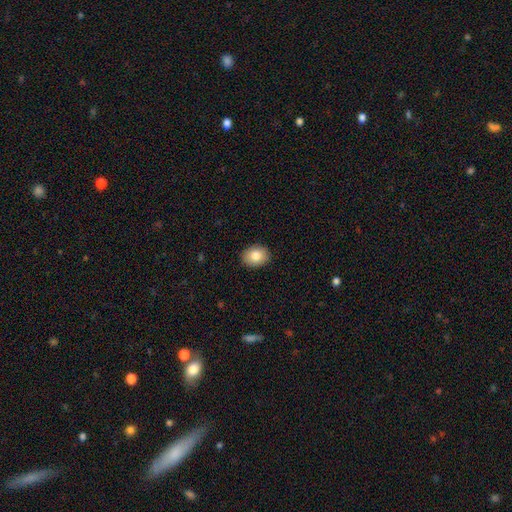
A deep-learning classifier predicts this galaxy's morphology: Smooth or featured?
  - smooth: 84% *
  - featured or disk: 8%
  - star or artifact: 8%
How rounded?
  - in between: 59% *
  - round: 40%
  - cigar-shaped: 1%
Merging?
  - none: 90% *
  - minor disturbance: 7%
  - major disturbance: 2%
  - merger: 1%